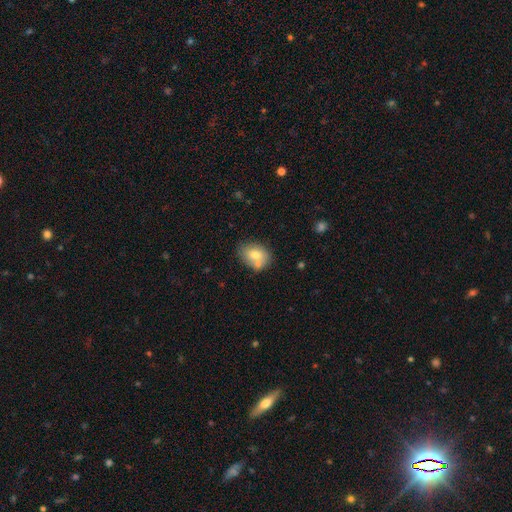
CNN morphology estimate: This appears to be a smooth galaxy with no disk features (73%) that is in between round and cigar-shaped (70%). Merging: none (58%).